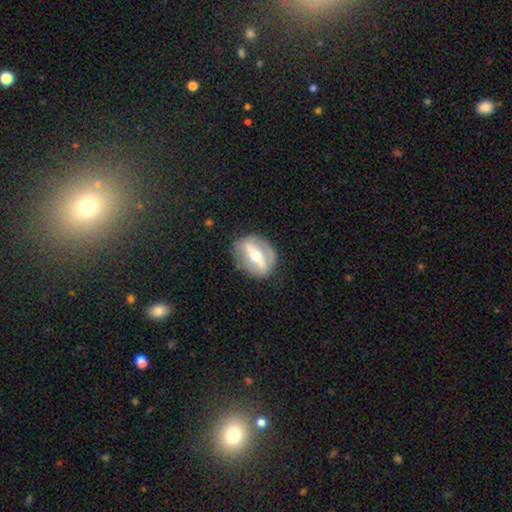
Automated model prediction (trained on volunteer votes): smooth_or_featured: featured or disk (p=0.74) [alt: smooth p=0.20]
disk_edge_on: no (p=0.73) [alt: yes p=0.27]
bar: strong (p=0.79) [alt: weak p=0.14]
has_spiral_arms: no (p=0.69) [alt: yes p=0.31]
bulge_size: moderate (p=0.68) [alt: small p=0.23]
merging: none (p=0.80) [alt: minor disturbance p=0.13]